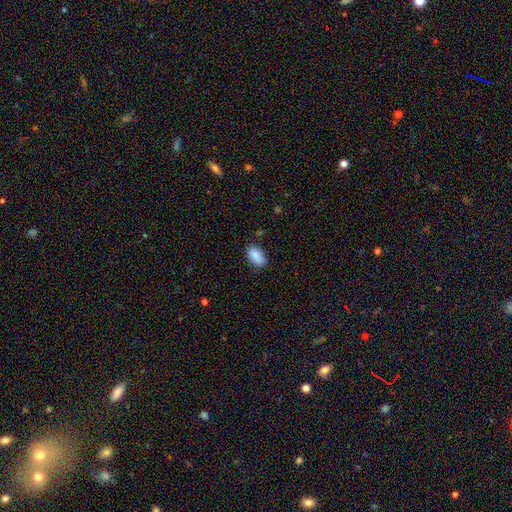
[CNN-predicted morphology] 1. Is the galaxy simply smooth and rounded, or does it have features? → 88% smooth, 8% star or artifact, 4% featured or disk.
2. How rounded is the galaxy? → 92% in between, 5% round, 3% cigar-shaped.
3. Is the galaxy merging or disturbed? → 74% none, 20% minor disturbance, 4% major disturbance, 2% merger.